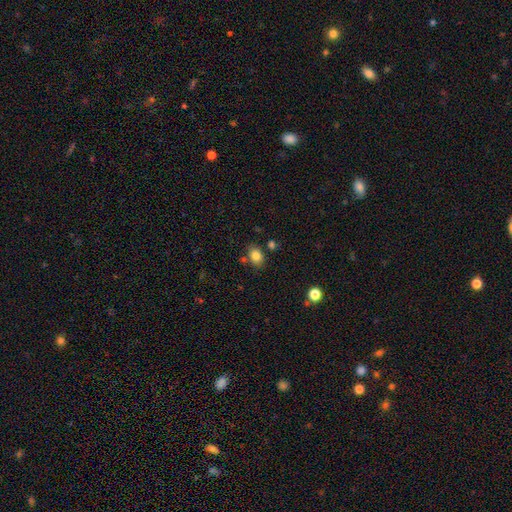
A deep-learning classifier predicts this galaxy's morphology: Overall: smooth (83%). How rounded: in between (66%; round 33%). Merging: none (75%).